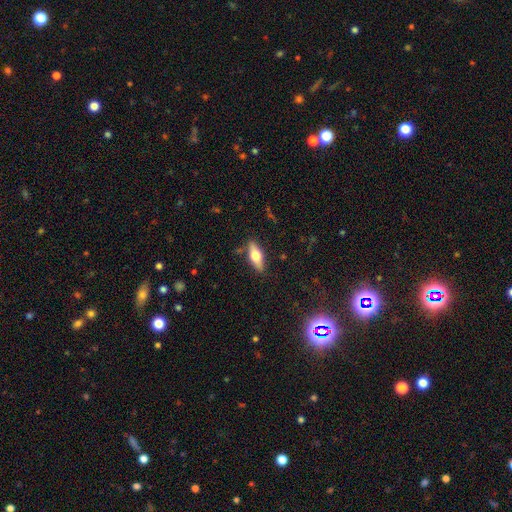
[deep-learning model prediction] Smooth or featured? smooth (56%)
How rounded? in between (66%)
Merging? none (85%)